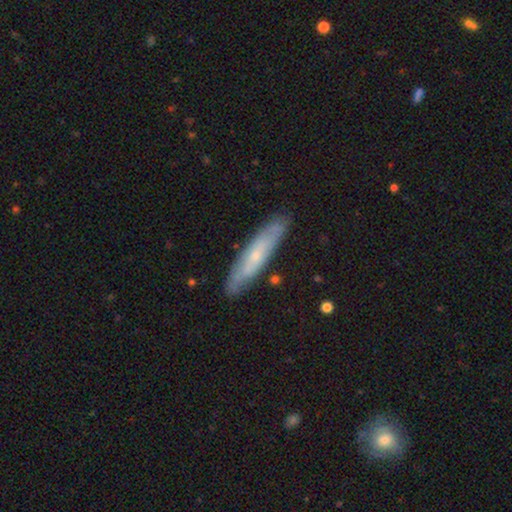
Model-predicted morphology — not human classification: This appears to be a featured or disk galaxy (50%) viewed edge-on (57%). Merging: none (85%).